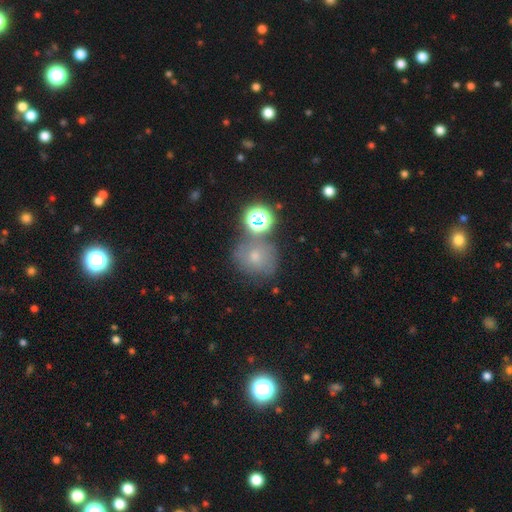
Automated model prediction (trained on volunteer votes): The model was most divided on "smooth or featured": smooth: 54%, star or artifact: 25%, featured or disk: 20%. More confident: how rounded — round (77%); merging — none (58%).